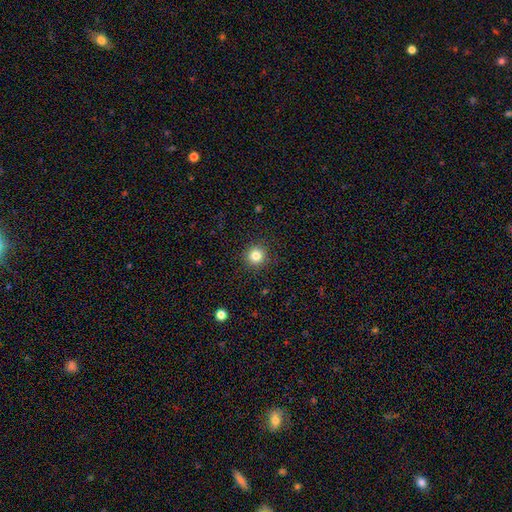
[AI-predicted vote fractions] Smooth or featured: smooth — 82% (star or artifact — 12%)
How rounded: round — 95% (in between — 4%)
Merging: none — 92% (minor disturbance — 5%)